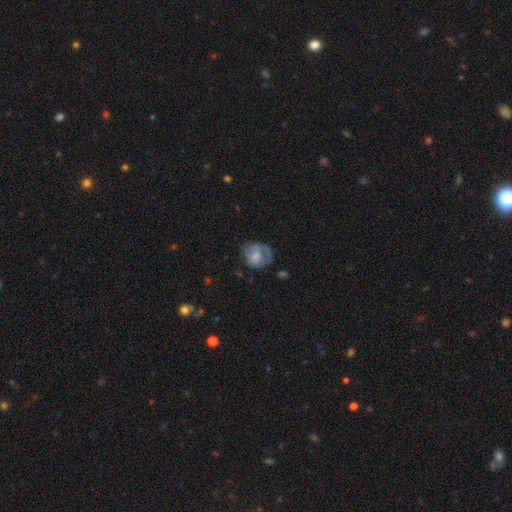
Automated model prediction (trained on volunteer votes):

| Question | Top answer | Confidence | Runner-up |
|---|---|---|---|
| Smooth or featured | smooth | 50% | featured or disk (42%) |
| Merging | none | 47% | minor disturbance (27%) |